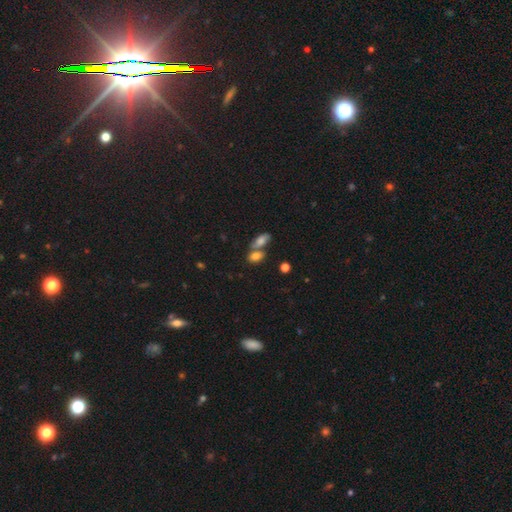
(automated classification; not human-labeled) Smooth or featured? smooth (80%)
How rounded? in between (86%)
Merging? merger (46%)